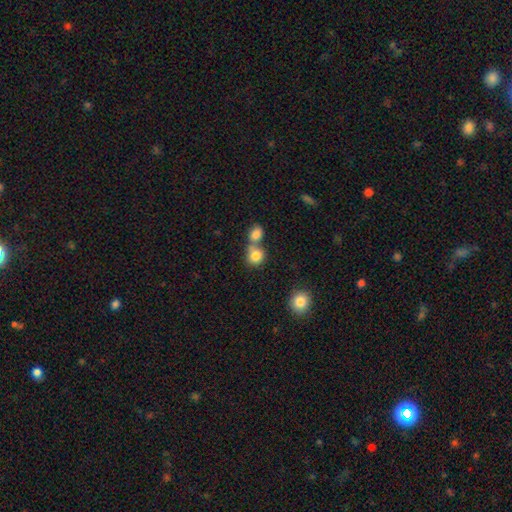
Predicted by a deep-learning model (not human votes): This appears to be a smooth galaxy with no disk features (83%) that is round (81%). Merging: merger (49%).